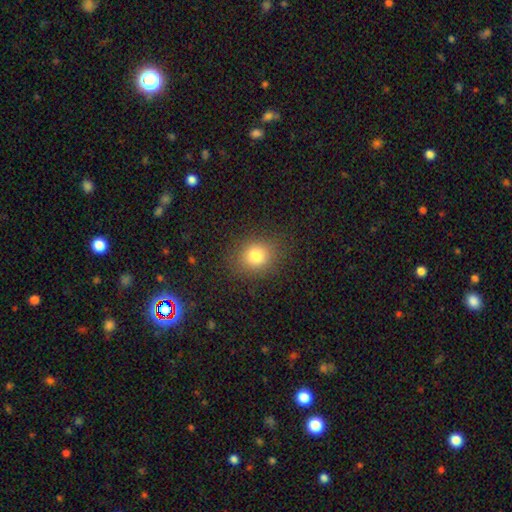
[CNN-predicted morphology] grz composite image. It shows a smooth galaxy with no disk features (80%) that is round (64%). Merging: none (85%).